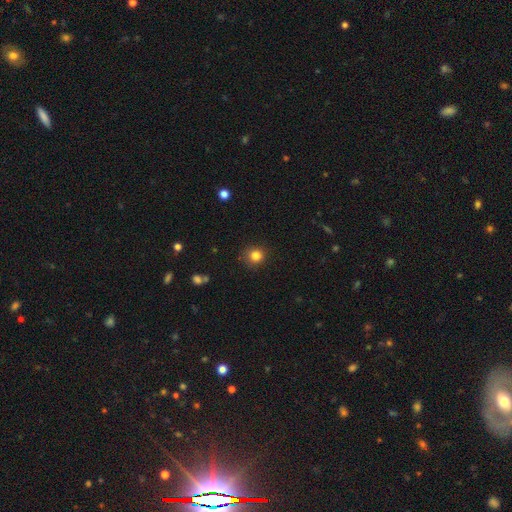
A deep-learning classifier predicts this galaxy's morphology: Smooth or featured? Predicted: smooth (p=0.83). How rounded? Predicted: round (p=0.90). Merging? Predicted: none (p=0.86).